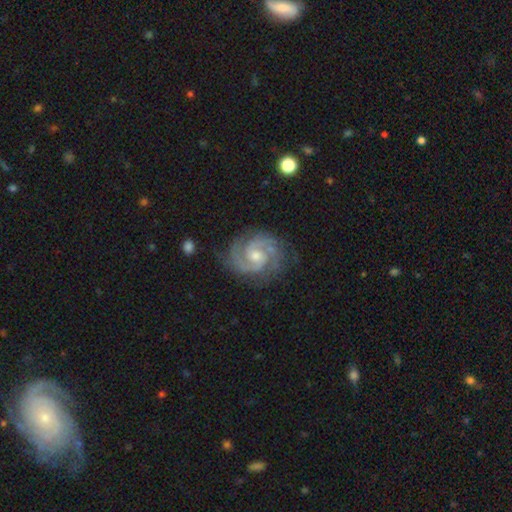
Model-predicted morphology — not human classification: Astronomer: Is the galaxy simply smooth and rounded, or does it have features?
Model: featured or disk — 93%.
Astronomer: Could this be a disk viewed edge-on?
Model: no — 98%.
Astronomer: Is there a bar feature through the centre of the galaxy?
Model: no — 53% (runner-up: weak, 38%).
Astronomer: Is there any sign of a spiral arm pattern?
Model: yes — 99%.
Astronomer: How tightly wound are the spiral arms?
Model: tight — 55% (runner-up: medium, 40%).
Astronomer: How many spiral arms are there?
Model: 2 — 84%.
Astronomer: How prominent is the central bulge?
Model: moderate — 54% (runner-up: small, 40%).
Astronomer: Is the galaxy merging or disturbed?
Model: none — 81%.